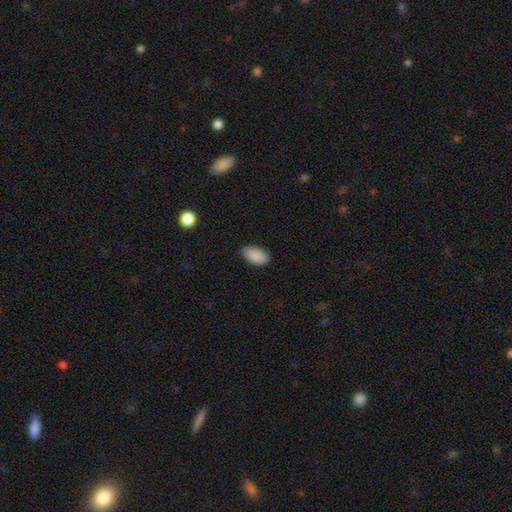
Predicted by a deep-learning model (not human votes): smooth-or-featured: smooth: 90% | star or artifact: 7% | featured or disk: 4%
  how-rounded: in between: 95% | round: 3% | cigar-shaped: 2%
  merging: none: 82% | minor disturbance: 15% | major disturbance: 3% | merger: 1%